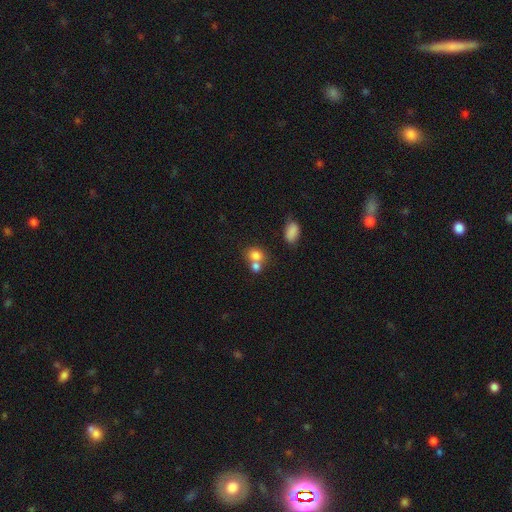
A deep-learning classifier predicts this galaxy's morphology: Smooth or featured?
  - smooth: 78% *
  - star or artifact: 11%
  - featured or disk: 11%
How rounded?
  - round: 58% *
  - in between: 40%
  - cigar-shaped: 1%
Merging?
  - merger: 52% *
  - none: 36%
  - minor disturbance: 8%
  - major disturbance: 4%